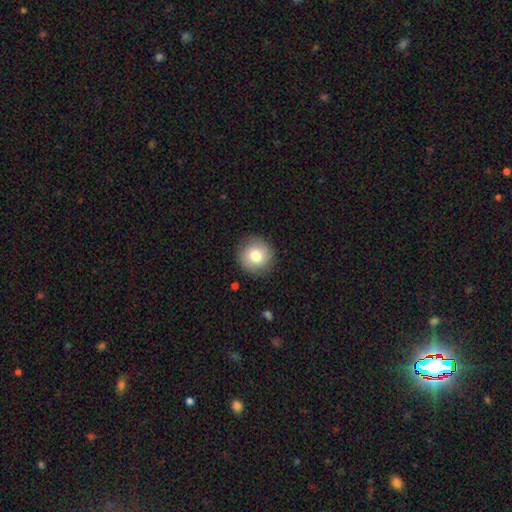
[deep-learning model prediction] smooth-or-featured: smooth: 80% | featured or disk: 12% | star or artifact: 9%
  how-rounded: round: 93% | in between: 6% | cigar-shaped: 1%
  merging: none: 89% | minor disturbance: 7% | major disturbance: 2% | merger: 1%